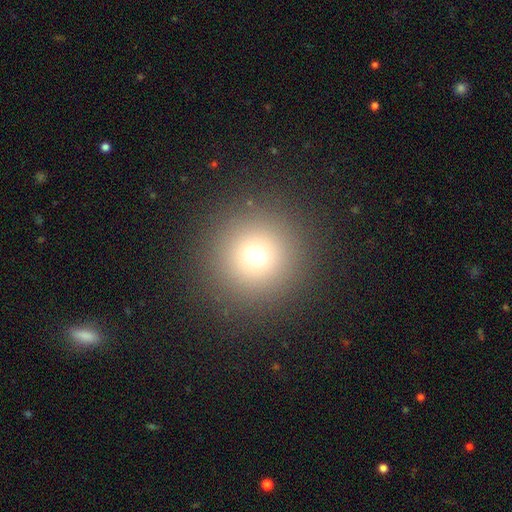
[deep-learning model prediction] smooth-or-featured: smooth: 68% | star or artifact: 21% | featured or disk: 11%
  how-rounded: round: 95% | in between: 4% | cigar-shaped: 1%
  merging: none: 89% | minor disturbance: 6% | major disturbance: 3% | merger: 2%